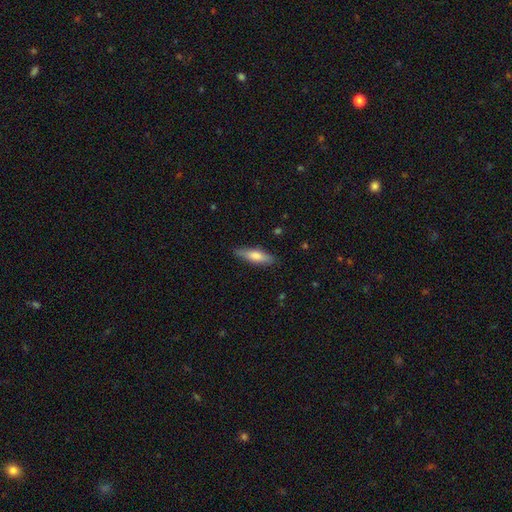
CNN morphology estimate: Q: Smooth or featured?
A: smooth (70%); runner-up: featured or disk (25%)
Q: How rounded?
A: cigar-shaped (57%); runner-up: in between (41%)
Q: Merging?
A: none (83%); runner-up: minor disturbance (14%)